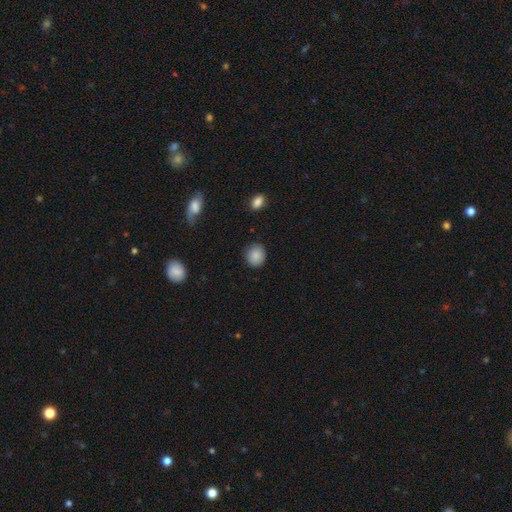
This appears to be a smooth galaxy with no disk features (87%) that is round (62%). Merging: none (84%).